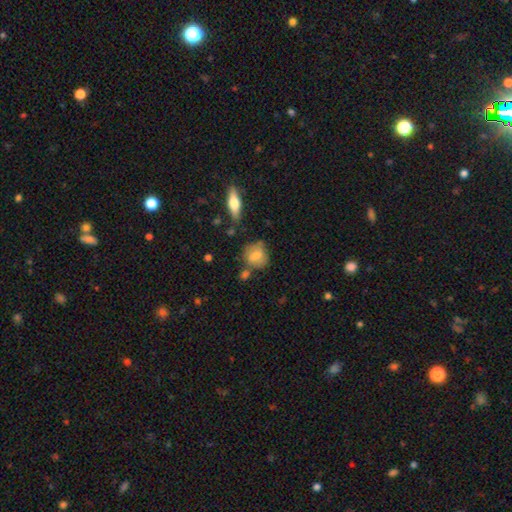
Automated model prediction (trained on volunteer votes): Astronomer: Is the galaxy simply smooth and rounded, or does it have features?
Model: smooth — 69%.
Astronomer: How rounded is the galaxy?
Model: round — 60% (runner-up: in between, 37%).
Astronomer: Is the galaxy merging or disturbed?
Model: none — 61%.